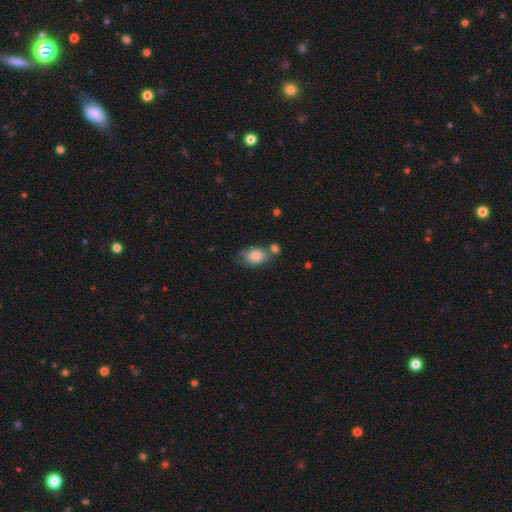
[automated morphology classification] This appears to be a smooth galaxy with no disk features (81%) that is in between round and cigar-shaped (79%). Merging: none (56%).